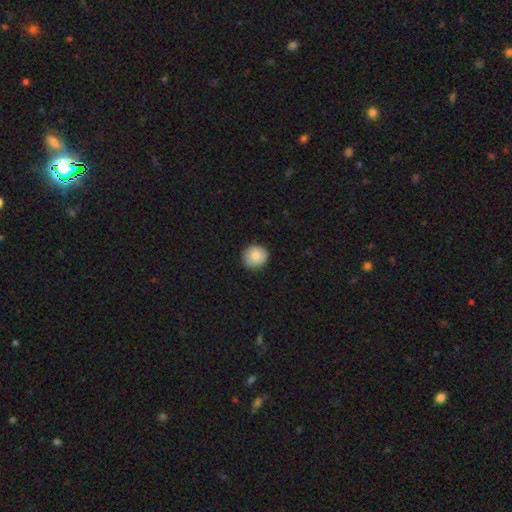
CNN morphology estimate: smooth 83%, featured or disk 9%, star or artifact 8%. Down the decision tree: how rounded — round (90%); merging — none (89%).